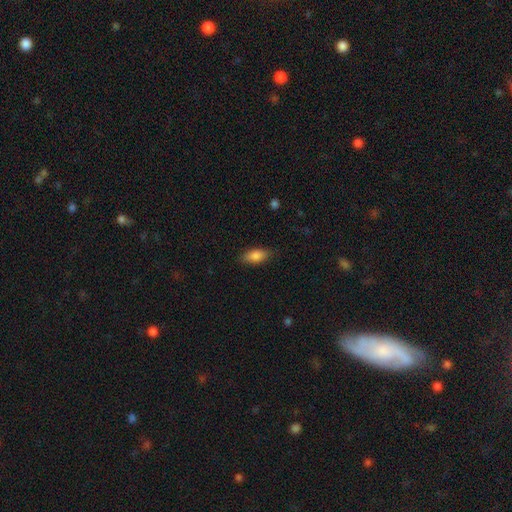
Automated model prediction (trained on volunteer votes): Q: Smooth or featured?
A: smooth (83%); runner-up: featured or disk (10%)
Q: How rounded?
A: in between (82%); runner-up: cigar-shaped (15%)
Q: Merging?
A: none (83%); runner-up: minor disturbance (13%)